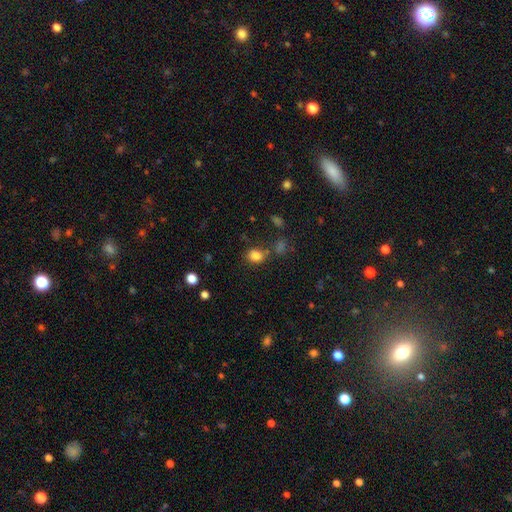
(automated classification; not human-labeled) smooth_or_featured: smooth (p=0.82) [alt: star or artifact p=0.12]
how_rounded: in between (p=0.52) [alt: round p=0.47]
merging: none (p=0.68) [alt: minor disturbance p=0.15]